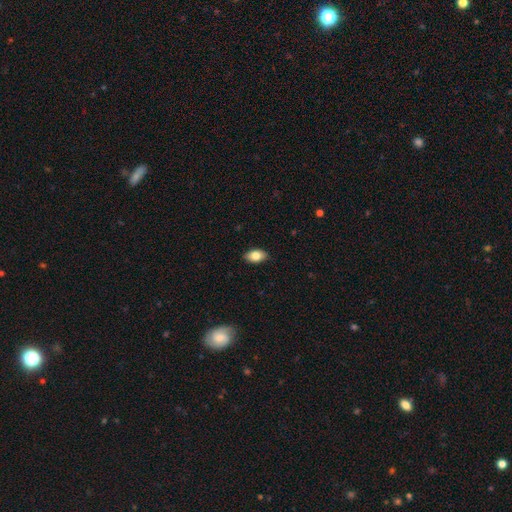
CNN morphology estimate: type=smooth (82%); roundness=in between (91%); merging=none (87%).